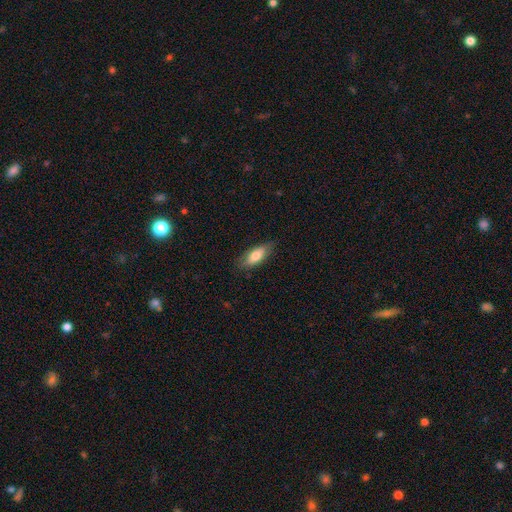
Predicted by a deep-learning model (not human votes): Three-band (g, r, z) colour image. It shows a smooth galaxy with no disk features (72%) that is in between round and cigar-shaped (74%). Merging: none (81%).